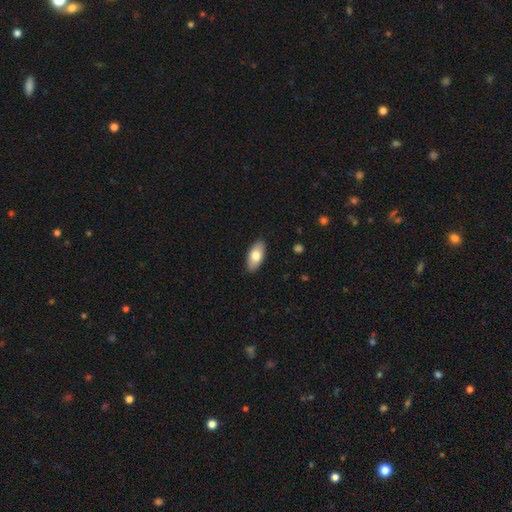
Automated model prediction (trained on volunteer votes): Smooth or featured? smooth (76%)
How rounded? in between (91%)
Merging? none (89%)